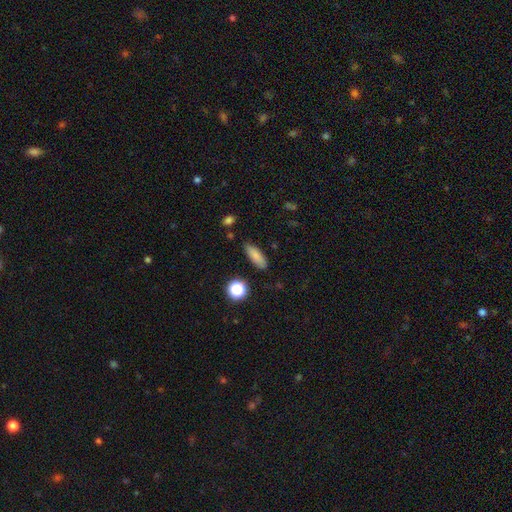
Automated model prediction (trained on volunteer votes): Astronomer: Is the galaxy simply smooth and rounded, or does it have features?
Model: smooth — 82%.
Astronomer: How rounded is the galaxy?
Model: in between — 60% (runner-up: cigar-shaped, 36%).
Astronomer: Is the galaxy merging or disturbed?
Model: none — 85%.